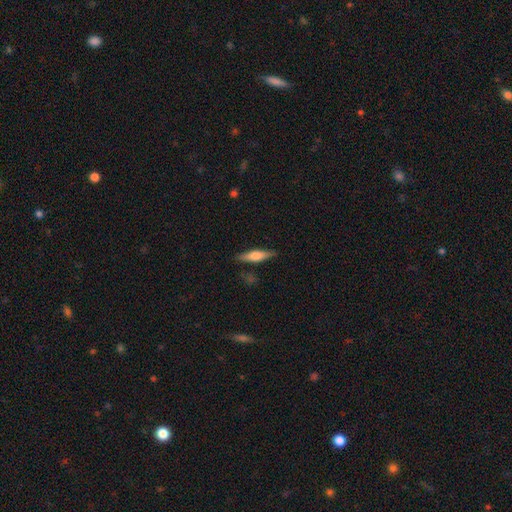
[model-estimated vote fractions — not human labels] Smooth or featured: smooth — 52% (featured or disk — 42%)
How rounded: cigar-shaped — 78% (in between — 20%)
Merging: none — 86% (minor disturbance — 10%)